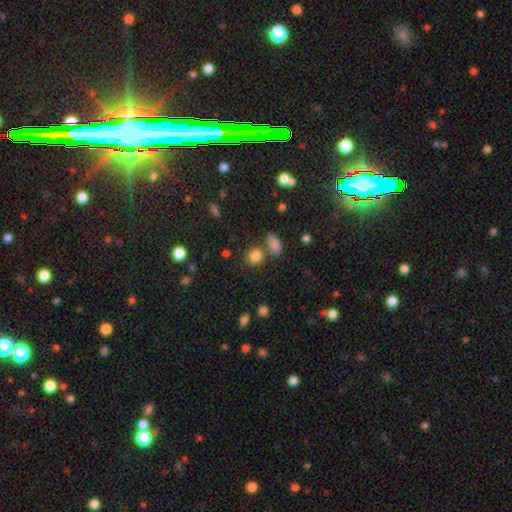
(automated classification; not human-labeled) smooth 82%, star or artifact 13%, featured or disk 5%. Down the decision tree: how rounded — round (73%); merging — none (68%).